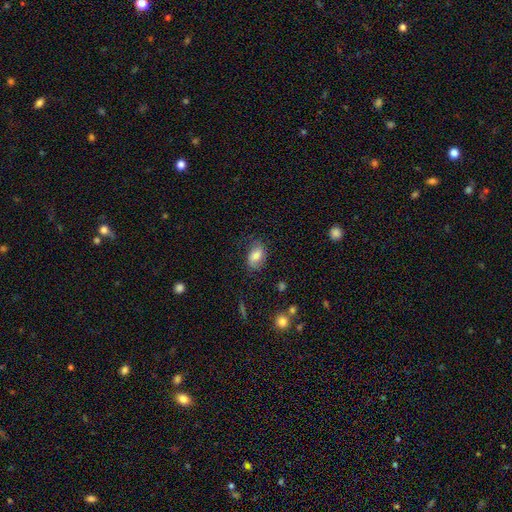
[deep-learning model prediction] Smooth or featured? smooth (68%)
How rounded? in between (84%)
Merging? none (65%)